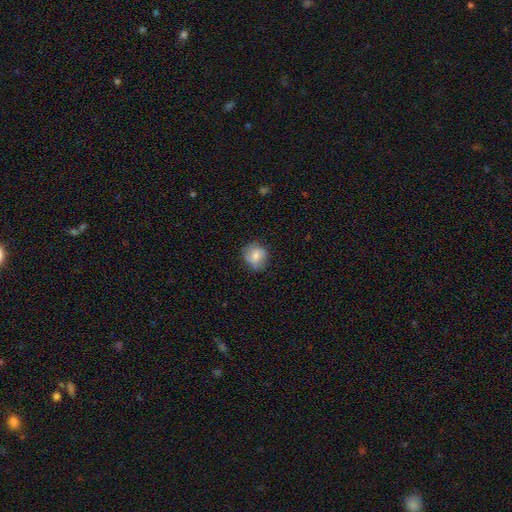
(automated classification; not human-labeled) smooth 62%, featured or disk 31%, star or artifact 8%. Down the decision tree: how rounded — round (82%); merging — none (75%).